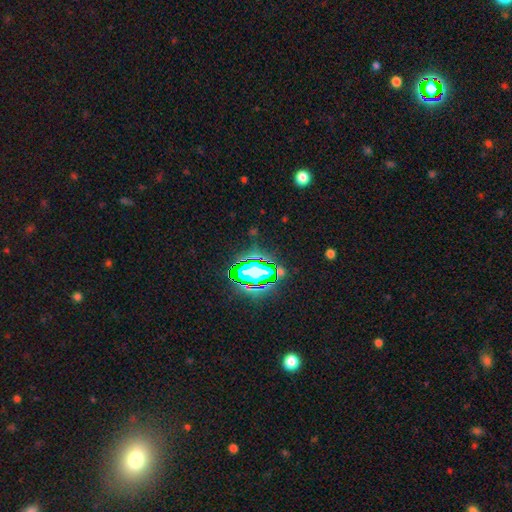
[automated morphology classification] Overall: star or artifact (79%).